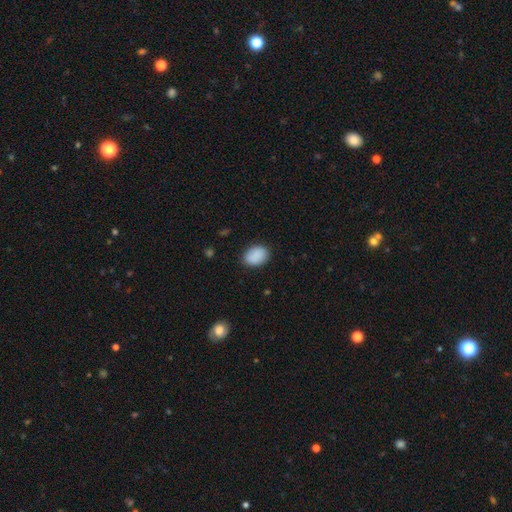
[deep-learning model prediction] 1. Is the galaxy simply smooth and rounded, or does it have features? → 90% smooth, 7% star or artifact, 3% featured or disk.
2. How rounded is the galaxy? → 77% in between, 22% round, 1% cigar-shaped.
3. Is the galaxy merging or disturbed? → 85% none, 11% minor disturbance, 2% major disturbance, 1% merger.